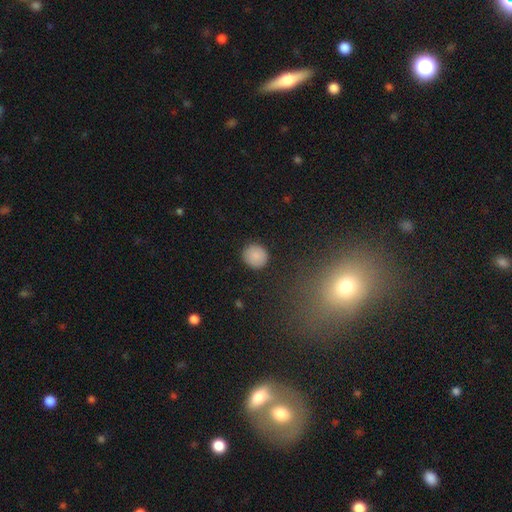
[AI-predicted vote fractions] Overall: smooth (87%). How rounded: round (92%). Merging: none (90%).